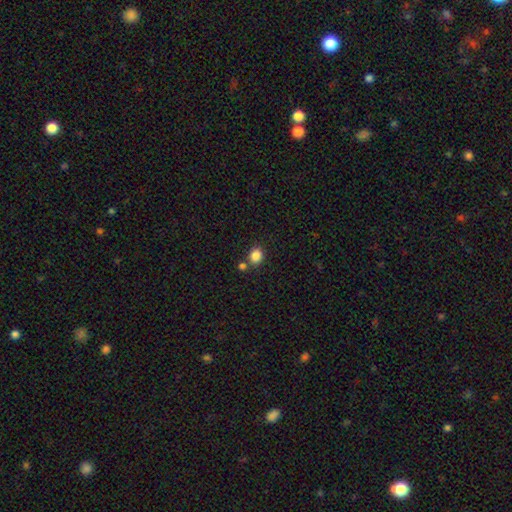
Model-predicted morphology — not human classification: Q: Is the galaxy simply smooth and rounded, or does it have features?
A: smooth — 85%.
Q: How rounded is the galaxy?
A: round — 61%.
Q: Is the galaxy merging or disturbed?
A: none — 73%.